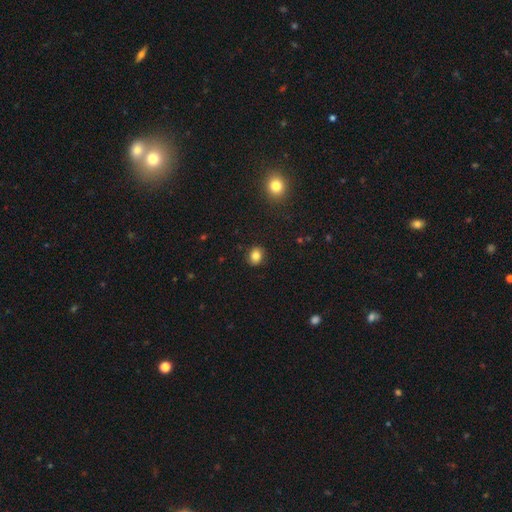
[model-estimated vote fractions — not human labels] Smooth or featured? Predicted: smooth (p=0.83). How rounded? Predicted: round (p=0.68). Merging? Predicted: none (p=0.88).